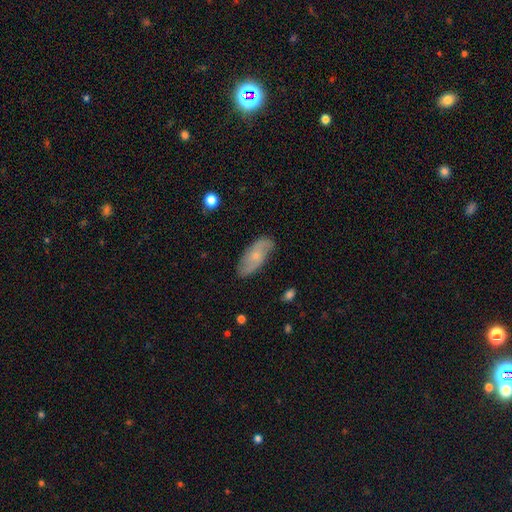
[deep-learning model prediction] Smooth or featured? Predicted: featured or disk (p=0.53). Edge-on disk? Predicted: no (p=0.89). Merging? Predicted: none (p=0.78).